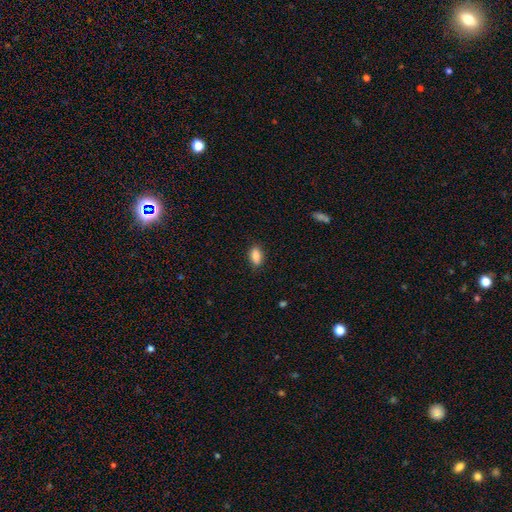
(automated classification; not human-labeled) A smooth galaxy with no disk features (87%) that is in between round and cigar-shaped (89%). Merging: none (87%).